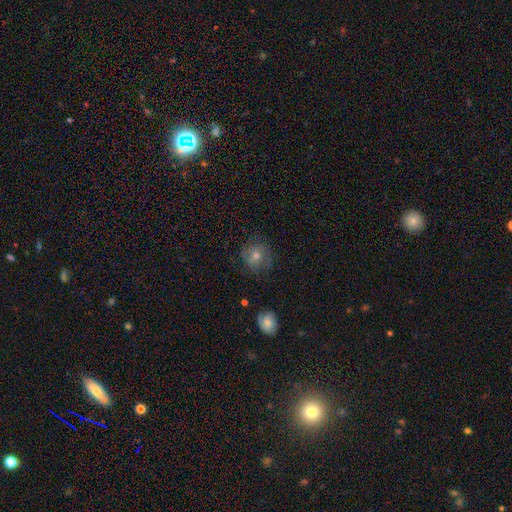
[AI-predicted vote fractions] A featured or disk galaxy (49%). Merging: none (78%).